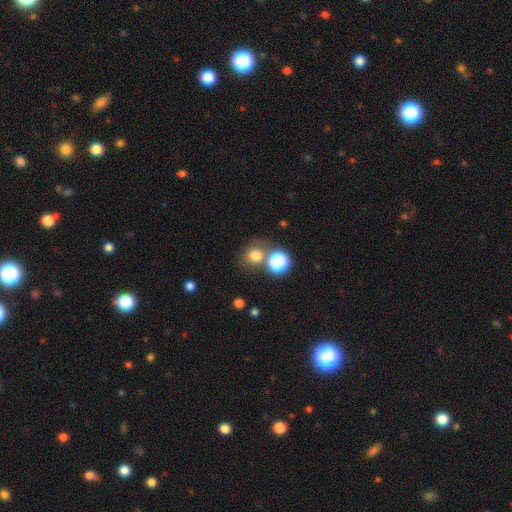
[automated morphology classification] Smooth or featured?
  - smooth: 74% *
  - star or artifact: 18%
  - featured or disk: 8%
How rounded?
  - round: 83% *
  - in between: 16%
  - cigar-shaped: 1%
Merging?
  - none: 63% *
  - merger: 21%
  - minor disturbance: 11%
  - major disturbance: 5%